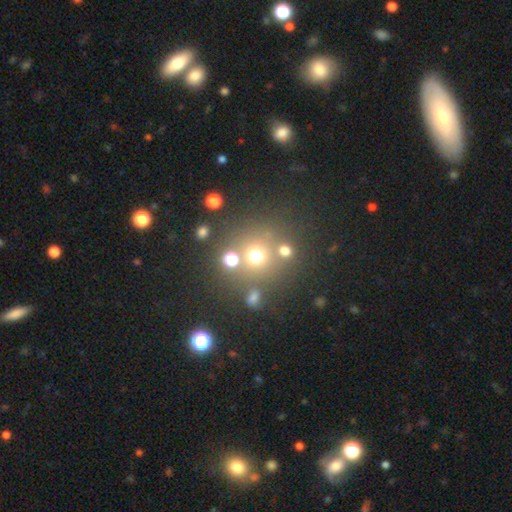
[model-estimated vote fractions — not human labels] Q: Smooth or featured?
A: smooth (64%); runner-up: star or artifact (25%)
Q: How rounded?
A: round (90%); runner-up: in between (9%)
Q: Merging?
A: none (70%); runner-up: merger (14%)